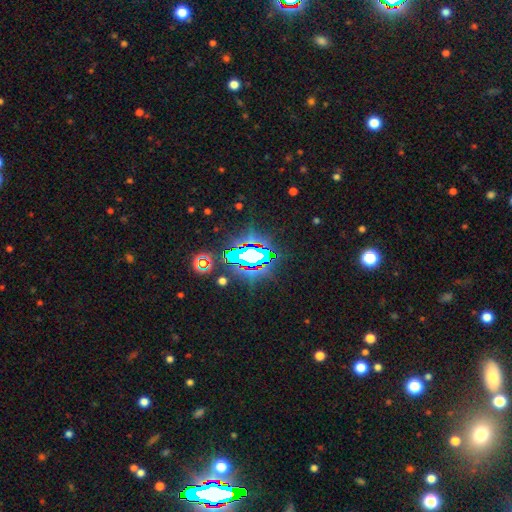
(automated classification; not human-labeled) A star or artifact, not a galaxy (67%).

Vote fractions:
- Smooth or featured? star or artifact: 67% / smooth: 17% / featured or disk: 16%